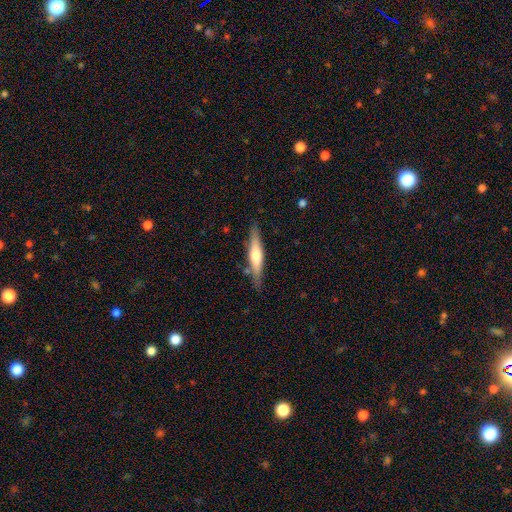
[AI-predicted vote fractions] Q: Smooth or featured?
A: featured or disk (48%); runner-up: smooth (46%)
Q: Merging?
A: none (82%); runner-up: minor disturbance (13%)